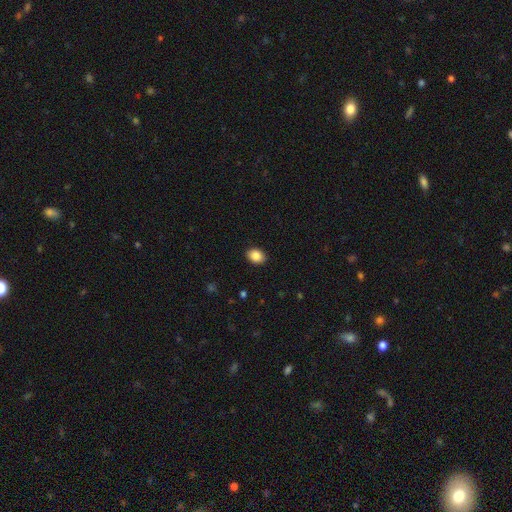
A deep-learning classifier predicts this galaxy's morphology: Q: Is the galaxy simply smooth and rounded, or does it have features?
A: smooth — 88%.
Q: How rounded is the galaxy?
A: in between — 66%.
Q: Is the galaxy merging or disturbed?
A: none — 90%.